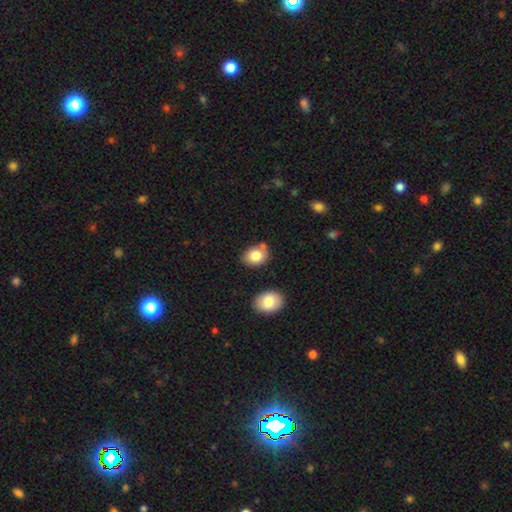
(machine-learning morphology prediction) Smooth or featured? smooth (82%)
How rounded? in between (64%)
Merging? none (71%)